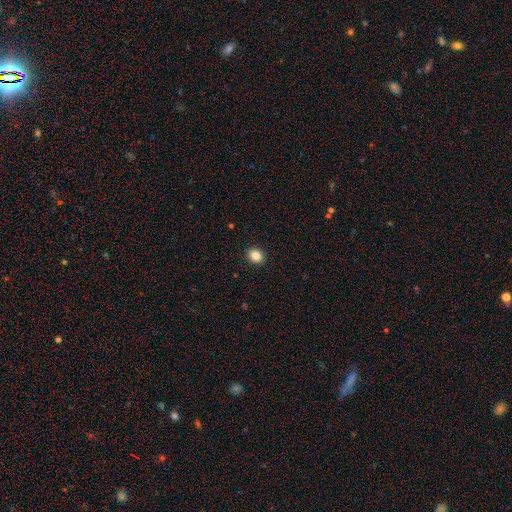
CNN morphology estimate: smooth 88%, star or artifact 9%, featured or disk 3%. Down the decision tree: how rounded — round (53%); merging — none (91%).